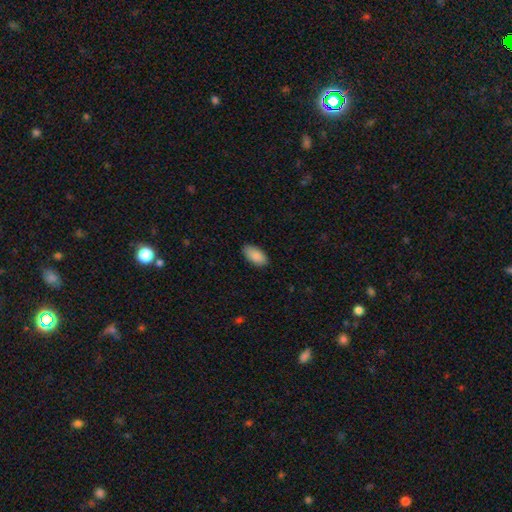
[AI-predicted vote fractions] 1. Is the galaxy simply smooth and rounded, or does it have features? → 89% smooth, 6% star or artifact, 4% featured or disk.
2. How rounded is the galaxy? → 94% in between, 3% cigar-shaped, 2% round.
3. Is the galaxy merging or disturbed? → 87% none, 10% minor disturbance, 2% major disturbance, 1% merger.